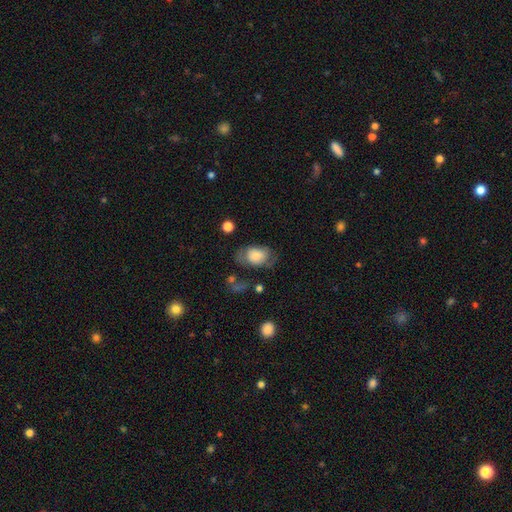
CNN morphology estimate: Smooth or featured? Predicted: smooth (p=0.63). How rounded? Predicted: in between (p=0.82). Merging? Predicted: none (p=0.48).